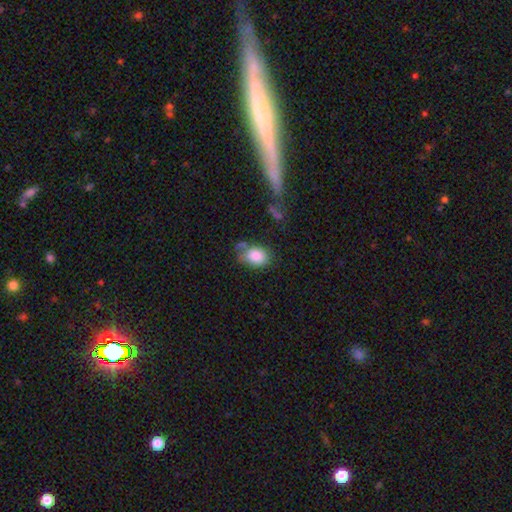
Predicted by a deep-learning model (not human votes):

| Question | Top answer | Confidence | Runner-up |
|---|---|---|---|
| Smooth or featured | smooth | 83% | featured or disk (9%) |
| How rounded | in between | 76% | round (23%) |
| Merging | none | 51% | minor disturbance (27%) |